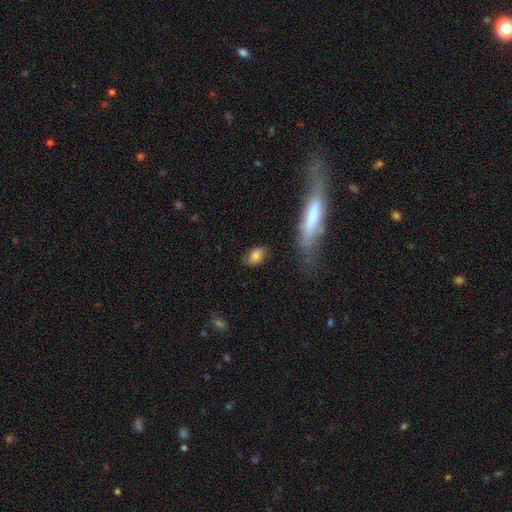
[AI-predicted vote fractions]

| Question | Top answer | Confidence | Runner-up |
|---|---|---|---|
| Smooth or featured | smooth | 78% | featured or disk (13%) |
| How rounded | in between | 82% | round (15%) |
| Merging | none | 74% | minor disturbance (18%) |